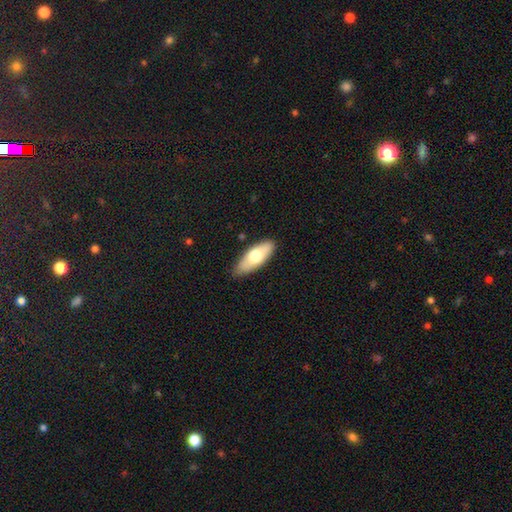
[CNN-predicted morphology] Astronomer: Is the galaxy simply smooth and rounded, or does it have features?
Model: smooth — 67%.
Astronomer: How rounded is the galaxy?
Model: in between — 72%.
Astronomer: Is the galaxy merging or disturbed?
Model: none — 84%.